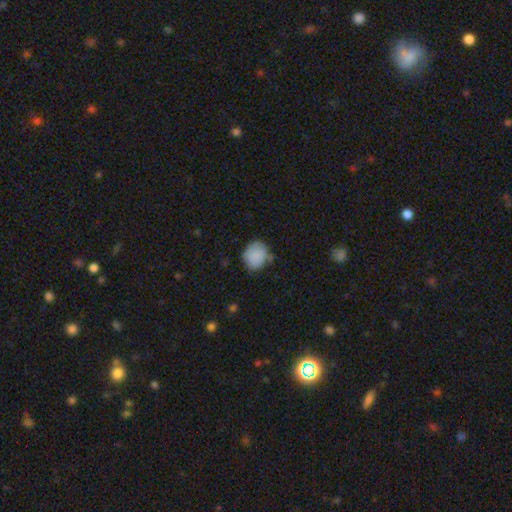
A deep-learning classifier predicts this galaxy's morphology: A smooth galaxy with no disk features (84%) that is round (65%). Merging: none (65%).